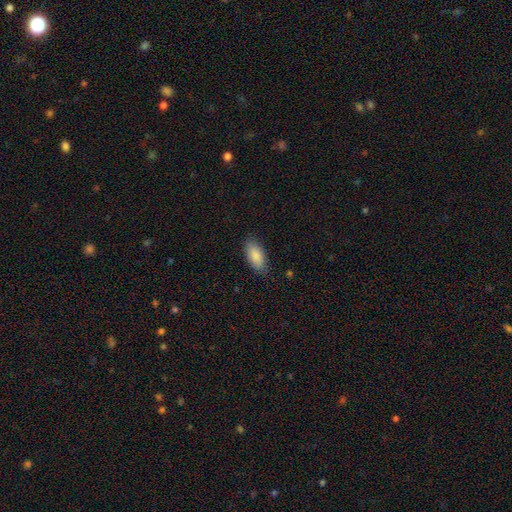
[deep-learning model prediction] Smooth or featured? smooth (88%)
How rounded? in between (90%)
Merging? none (84%)